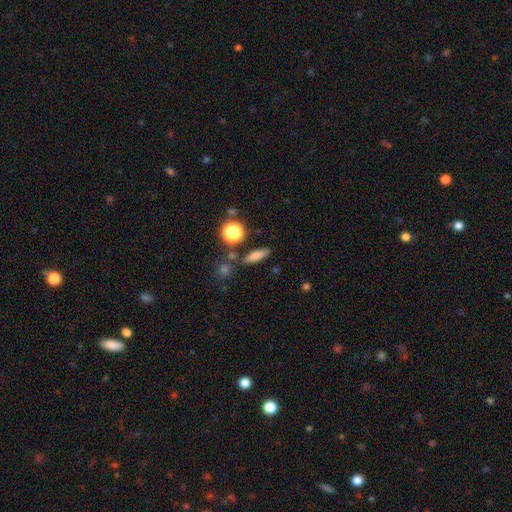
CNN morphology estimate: type=smooth (71%); roundness=cigar-shaped (53%); merging=none (80%).